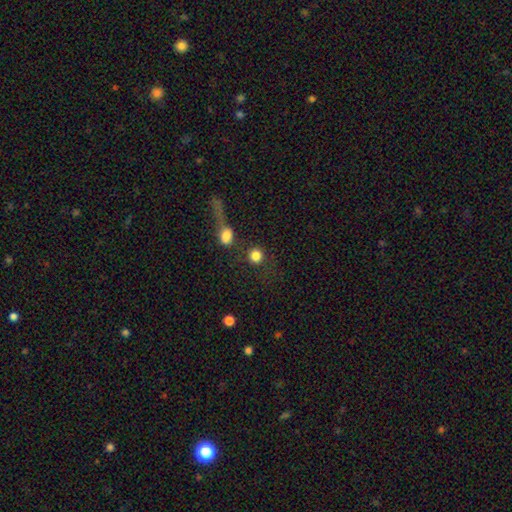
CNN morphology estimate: Smooth or featured? Predicted: smooth (p=0.83). How rounded? Predicted: round (p=0.90). Merging? Predicted: none (p=0.66).